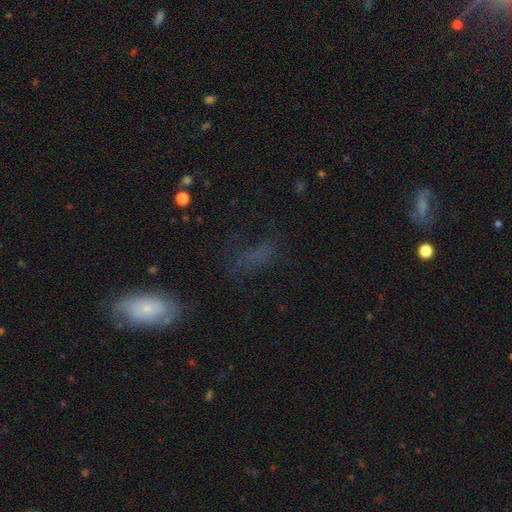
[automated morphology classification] smooth 46%, star or artifact 28%, featured or disk 26%. Down the decision tree: merging — none (54%).